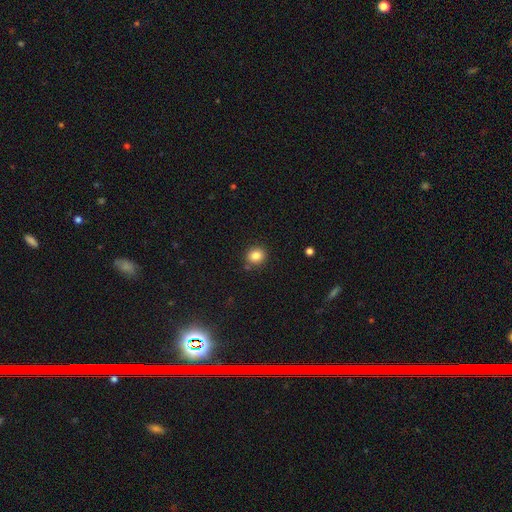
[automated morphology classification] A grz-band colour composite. It shows a smooth galaxy with no disk features (84%) that is round (78%). Merging: none (85%).